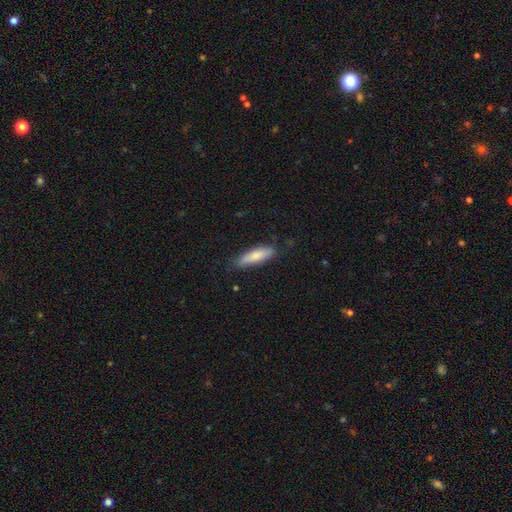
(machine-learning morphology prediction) This appears to be a smooth galaxy with no disk features (78%) that is cigar-shaped (69%). Merging: none (79%).